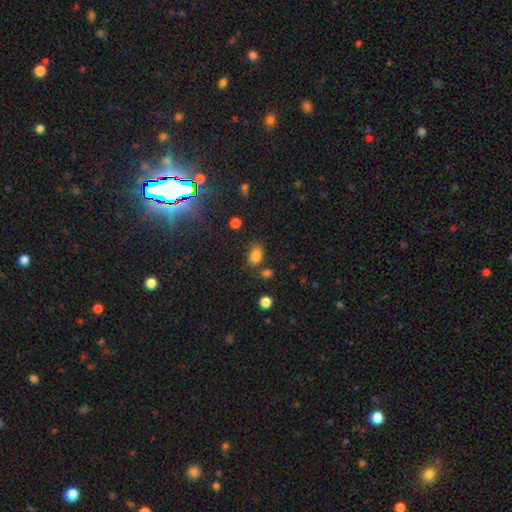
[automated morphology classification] A smooth galaxy with no disk features (82%) that is in between round and cigar-shaped (81%). Merging: none (69%).